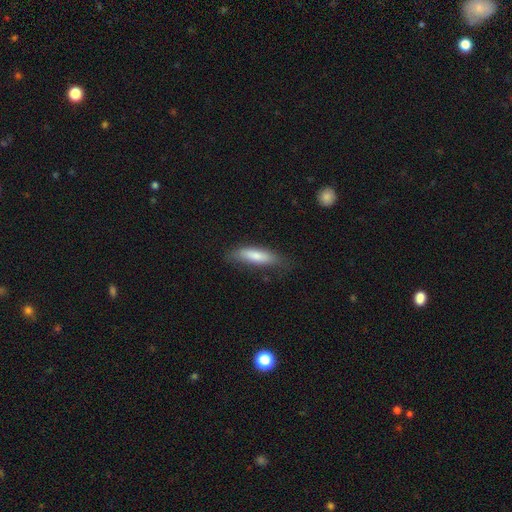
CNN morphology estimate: Smooth or featured?
  - smooth: 78% *
  - featured or disk: 16%
  - star or artifact: 6%
How rounded?
  - cigar-shaped: 59% *
  - in between: 39%
  - round: 2%
Merging?
  - none: 71% *
  - minor disturbance: 21%
  - major disturbance: 6%
  - merger: 1%